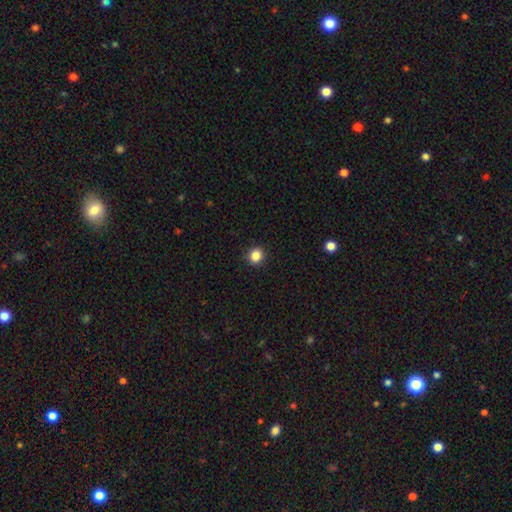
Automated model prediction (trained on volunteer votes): Smooth or featured? smooth (86%)
How rounded? round (86%)
Merging? none (92%)